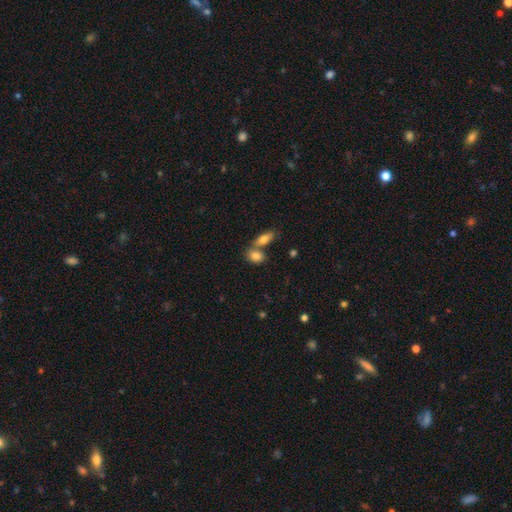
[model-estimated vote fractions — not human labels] This appears to be a smooth galaxy with no disk features (83%) that is in between round and cigar-shaped (82%). Merging: merger (46%).